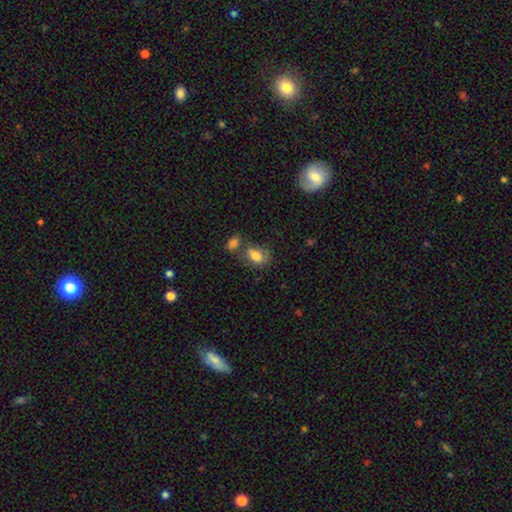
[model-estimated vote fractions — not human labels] Q: Smooth or featured?
A: smooth (76%); runner-up: featured or disk (16%)
Q: How rounded?
A: in between (82%); runner-up: round (16%)
Q: Merging?
A: none (44%); runner-up: merger (30%)